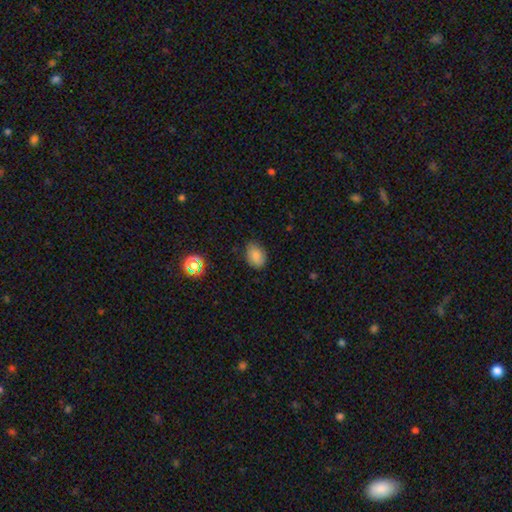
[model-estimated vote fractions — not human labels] smooth 84%, star or artifact 10%, featured or disk 6%. Down the decision tree: how rounded — in between (77%); merging — none (80%).